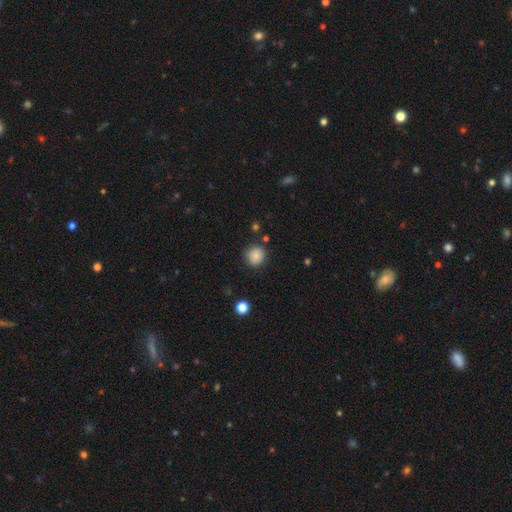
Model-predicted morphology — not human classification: Smooth or featured? Predicted: smooth (p=0.85). How rounded? Predicted: round (p=0.89). Merging? Predicted: none (p=0.83).